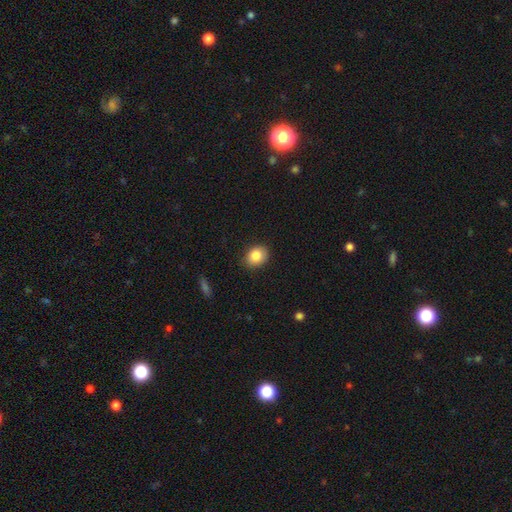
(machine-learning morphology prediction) This is clearly a smooth galaxy (84%). How rounded: possibly round (51%). Merging: clearly none (87%).